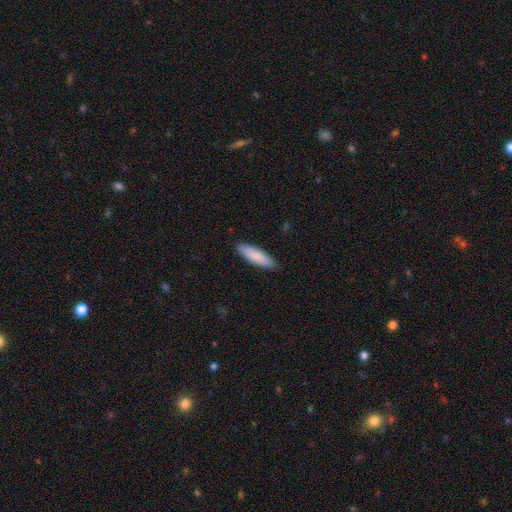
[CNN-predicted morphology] Smooth or featured?
  - smooth: 86% *
  - featured or disk: 8%
  - star or artifact: 5%
How rounded?
  - cigar-shaped: 55% *
  - in between: 44%
  - round: 1%
Merging?
  - none: 89% *
  - minor disturbance: 9%
  - major disturbance: 2%
  - merger: 1%